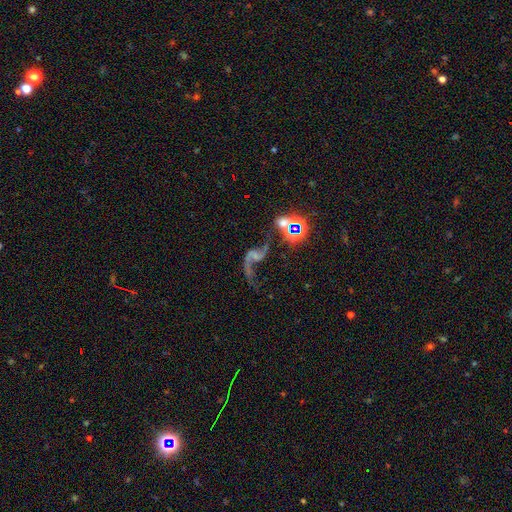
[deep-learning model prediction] Overall: featured or disk (76%). Edge-on disk: no (96%). Bar: no (50%; weak 33%). Spiral arms: yes (92%). Spiral arm count: 2 (83%). Spiral winding: loose (89%). Bulge size: none (45%; small 39%). Merging: none (45%; major disturbance 27%).